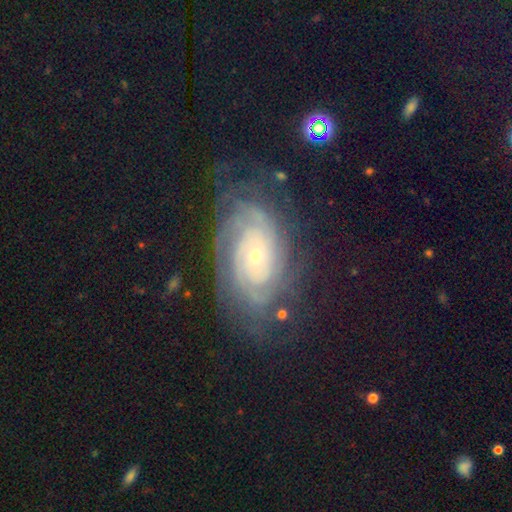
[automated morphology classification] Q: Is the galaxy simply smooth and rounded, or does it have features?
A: featured or disk — 86%.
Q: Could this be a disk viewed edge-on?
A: no — 95%.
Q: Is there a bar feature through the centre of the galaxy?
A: no — 76%.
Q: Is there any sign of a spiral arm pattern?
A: yes — 97%.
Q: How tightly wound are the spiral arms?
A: tight — 79%.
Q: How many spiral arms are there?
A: can't tell — 34%.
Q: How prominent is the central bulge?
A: small — 64%.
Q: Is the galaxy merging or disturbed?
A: none — 73%.